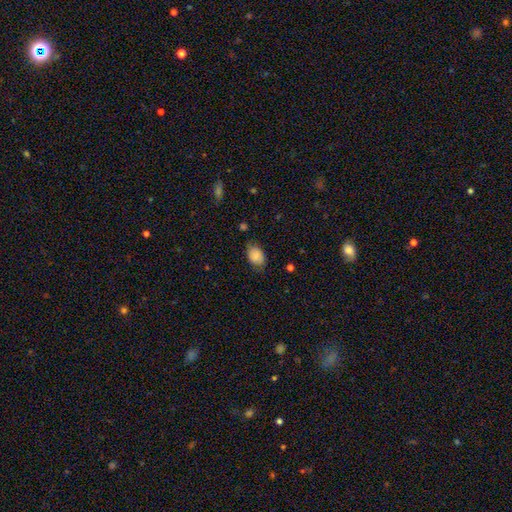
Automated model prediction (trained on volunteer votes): Smooth or featured? smooth (86%)
How rounded? in between (82%)
Merging? none (71%)